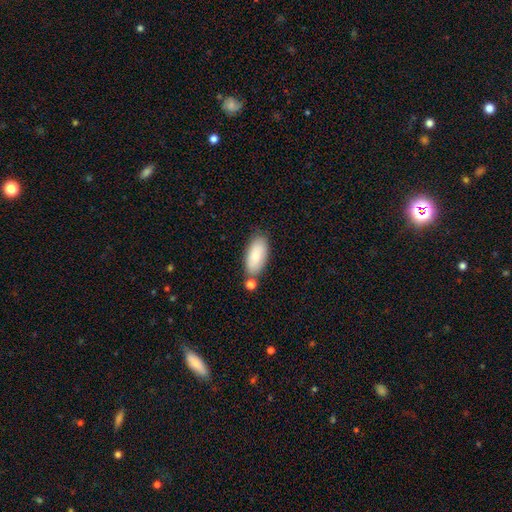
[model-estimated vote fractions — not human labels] smooth-or-featured: smooth: 82% | featured or disk: 12% | star or artifact: 6%
  how-rounded: in between: 90% | cigar-shaped: 8% | round: 2%
  merging: none: 69% | minor disturbance: 16% | merger: 11% | major disturbance: 4%